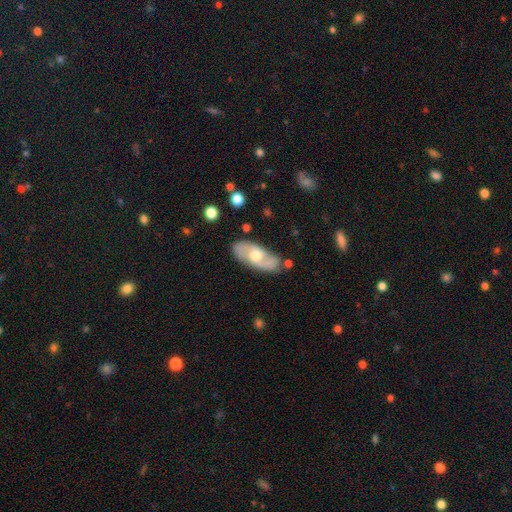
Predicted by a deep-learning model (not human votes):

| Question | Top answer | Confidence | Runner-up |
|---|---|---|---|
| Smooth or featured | featured or disk | 64% | smooth (31%) |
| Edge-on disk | no | 88% | yes (12%) |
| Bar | no | 60% | weak (33%) |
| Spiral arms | yes | 78% | no (22%) |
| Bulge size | moderate | 70% | small (19%) |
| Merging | none | 74% | minor disturbance (17%) |